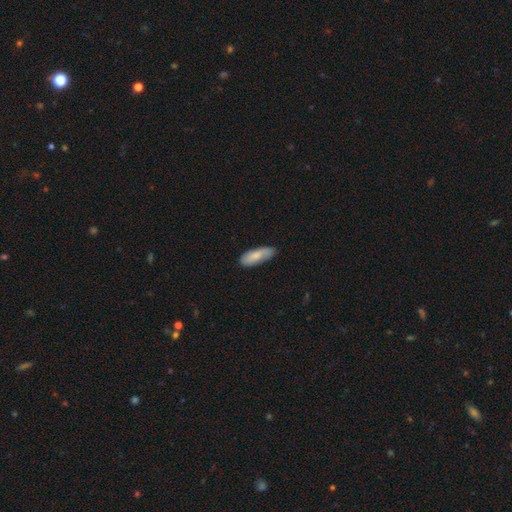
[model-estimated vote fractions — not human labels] The model was most divided on "how rounded": in between: 63%, cigar-shaped: 35%, round: 2%. More confident: smooth or featured — smooth (79%); merging — none (73%).